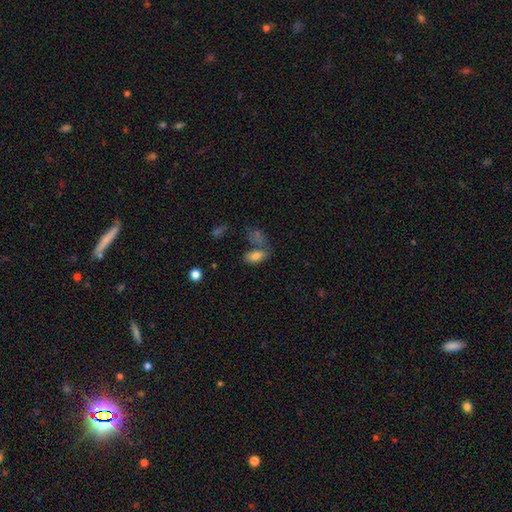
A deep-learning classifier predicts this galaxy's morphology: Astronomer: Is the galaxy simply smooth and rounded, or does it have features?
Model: smooth — 80%.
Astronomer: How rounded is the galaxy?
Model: in between — 90%.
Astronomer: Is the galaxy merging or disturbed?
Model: none — 49% (runner-up: merger, 27%).